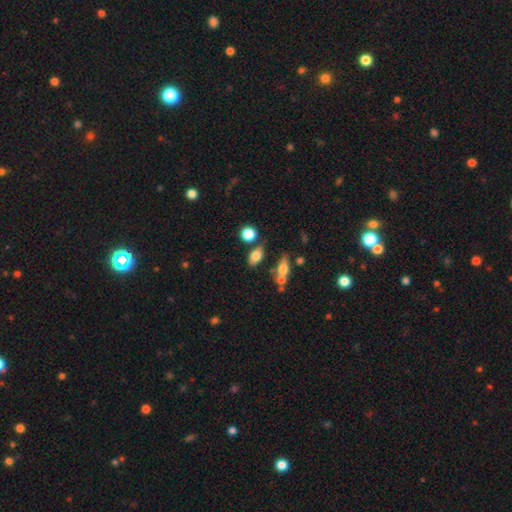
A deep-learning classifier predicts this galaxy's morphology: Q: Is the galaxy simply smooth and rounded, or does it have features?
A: smooth — 77%.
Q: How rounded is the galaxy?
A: in between — 80%.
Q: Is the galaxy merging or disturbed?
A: none — 66%.